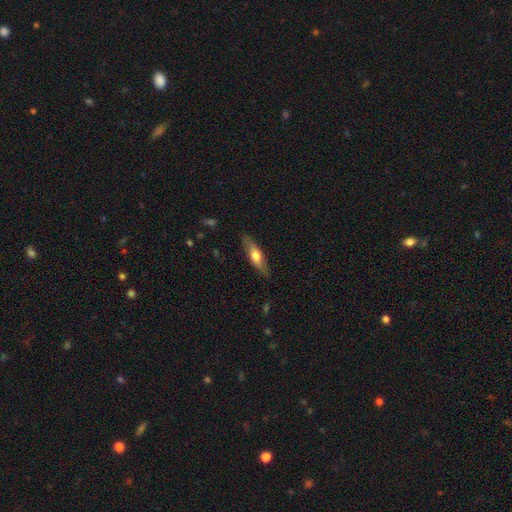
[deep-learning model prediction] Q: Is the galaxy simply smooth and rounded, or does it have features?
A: smooth — 55%.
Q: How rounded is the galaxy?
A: cigar-shaped — 61%.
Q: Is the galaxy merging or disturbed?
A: none — 84%.